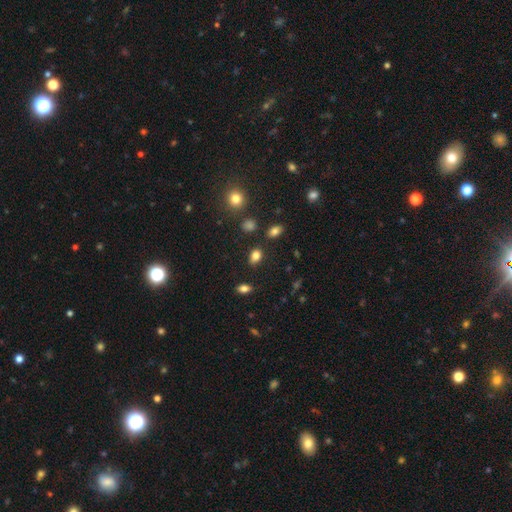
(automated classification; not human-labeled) Smooth or featured: smooth — 81% (star or artifact — 12%)
How rounded: in between — 79% (round — 19%)
Merging: none — 81% (minor disturbance — 11%)